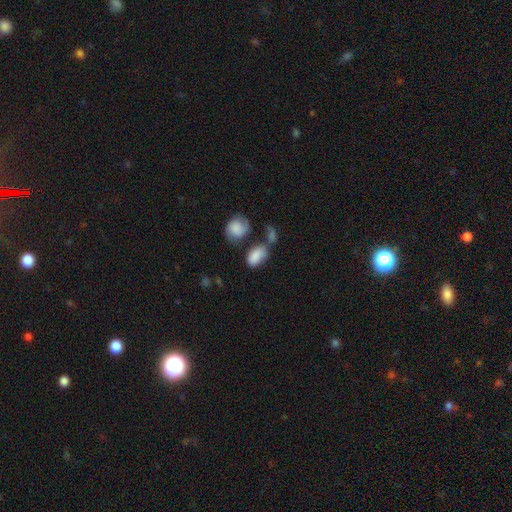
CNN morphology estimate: Smooth or featured? Predicted: smooth (p=0.82). How rounded? Predicted: in between (p=0.89). Merging? Predicted: none (p=0.41).